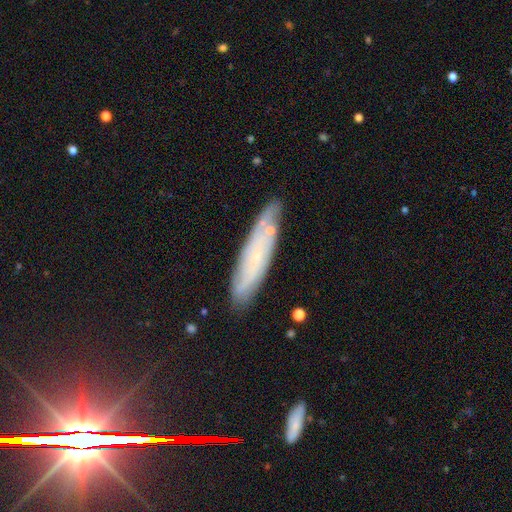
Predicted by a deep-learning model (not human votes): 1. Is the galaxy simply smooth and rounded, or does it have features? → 54% featured or disk, 37% smooth, 10% star or artifact.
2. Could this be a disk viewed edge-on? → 58% no, 42% yes.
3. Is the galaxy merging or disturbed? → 79% none, 14% minor disturbance, 4% merger, 3% major disturbance.